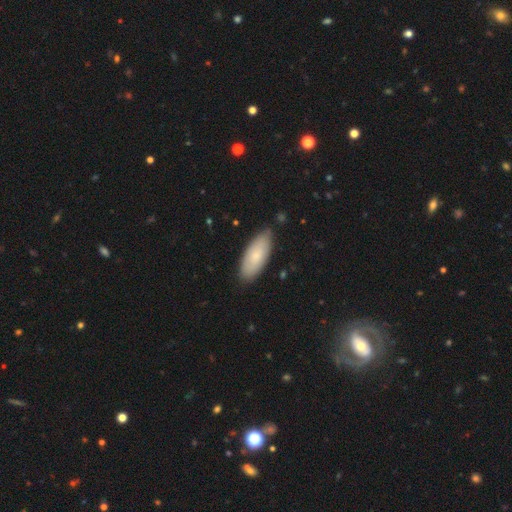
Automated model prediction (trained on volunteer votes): smooth_or_featured: smooth (p=0.76) [alt: featured or disk p=0.19]
how_rounded: in between (p=0.83) [alt: cigar-shaped p=0.15]
merging: none (p=0.82) [alt: minor disturbance p=0.14]